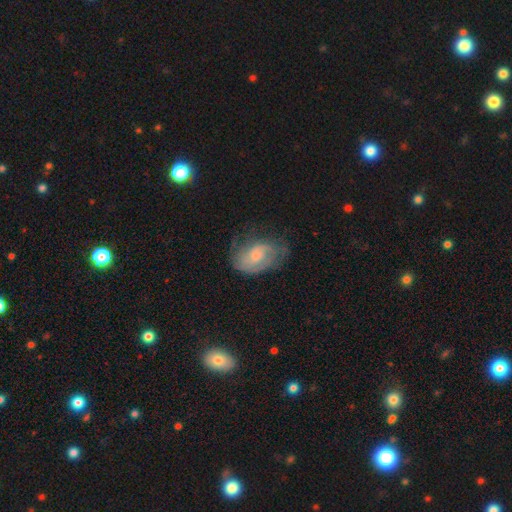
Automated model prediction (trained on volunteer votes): Smooth or featured?
  - featured or disk: 63% *
  - smooth: 29%
  - star or artifact: 8%
Edge-on disk?
  - no: 97% *
  - yes: 3%
Bar?
  - no: 63% *
  - weak: 32%
  - strong: 5%
Spiral arms?
  - yes: 84% *
  - no: 16%
Spiral winding?
  - tight: 43% *
  - medium: 40%
  - loose: 17%
Spiral arm count?
  - 2: 48% *
  - can't tell: 32%
  - 1: 9%
  - 3: 7%
  - 4: 2%
  - more than 4: 2%
Bulge size?
  - small: 41% *
  - moderate: 40%
  - none: 11%
  - large: 7%
  - dominant: 1%
Merging?
  - none: 56% *
  - minor disturbance: 26%
  - major disturbance: 17%
  - merger: 1%